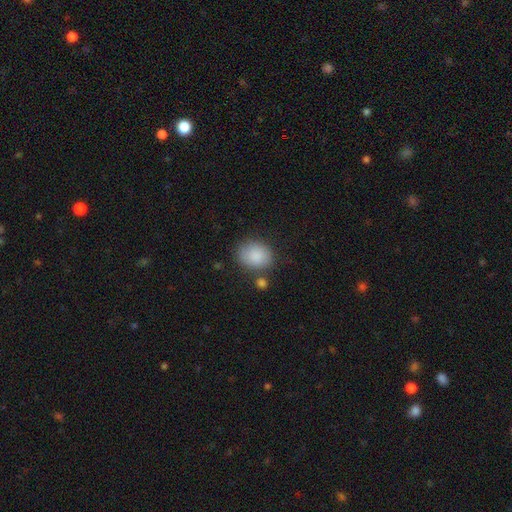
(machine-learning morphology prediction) Smooth or featured?
  - smooth: 88% *
  - star or artifact: 7%
  - featured or disk: 6%
How rounded?
  - round: 55% *
  - in between: 44%
  - cigar-shaped: 1%
Merging?
  - none: 72% *
  - minor disturbance: 15%
  - merger: 8%
  - major disturbance: 5%